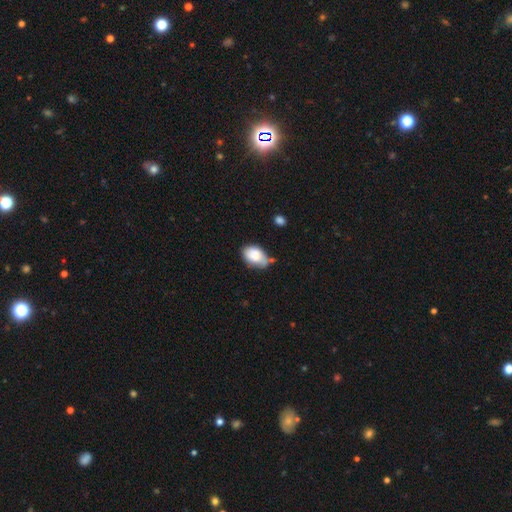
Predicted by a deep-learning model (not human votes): smooth_or_featured: smooth (p=0.82) [alt: featured or disk p=0.11]
how_rounded: in between (p=0.86) [alt: round p=0.12]
merging: none (p=0.46) [alt: minor disturbance p=0.36]